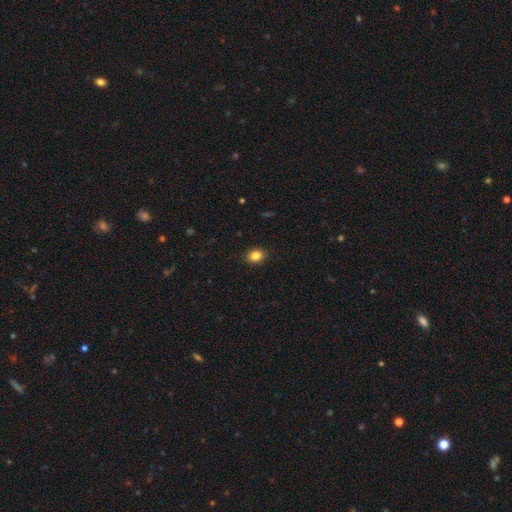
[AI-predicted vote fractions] smooth-or-featured: smooth: 85% | star or artifact: 11% | featured or disk: 5%
  how-rounded: round: 60% | in between: 39% | cigar-shaped: 1%
  merging: none: 90% | minor disturbance: 7% | major disturbance: 2% | merger: 1%